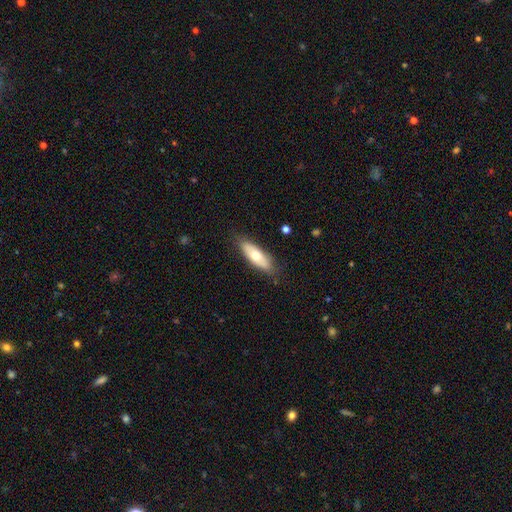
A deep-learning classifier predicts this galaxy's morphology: Q: Smooth or featured?
A: smooth (61%); runner-up: featured or disk (33%)
Q: How rounded?
A: in between (63%); runner-up: cigar-shaped (35%)
Q: Merging?
A: none (83%); runner-up: minor disturbance (13%)